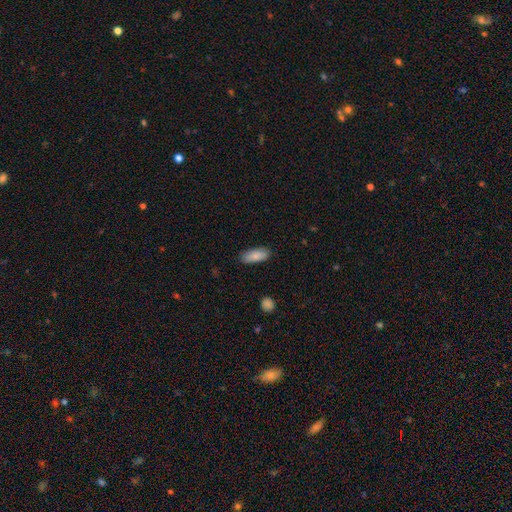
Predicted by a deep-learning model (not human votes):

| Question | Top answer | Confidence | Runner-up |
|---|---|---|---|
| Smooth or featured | smooth | 86% | featured or disk (8%) |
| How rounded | in between | 78% | cigar-shaped (20%) |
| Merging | none | 88% | minor disturbance (9%) |